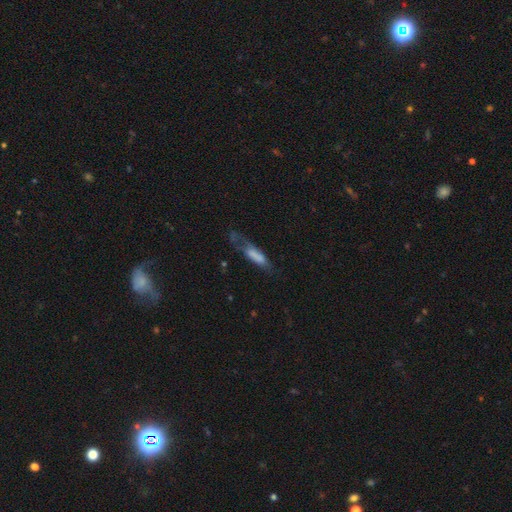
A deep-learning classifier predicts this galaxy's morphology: A smooth galaxy with no disk features (64%) that is cigar-shaped (56%). Merging: major disturbance (36%).